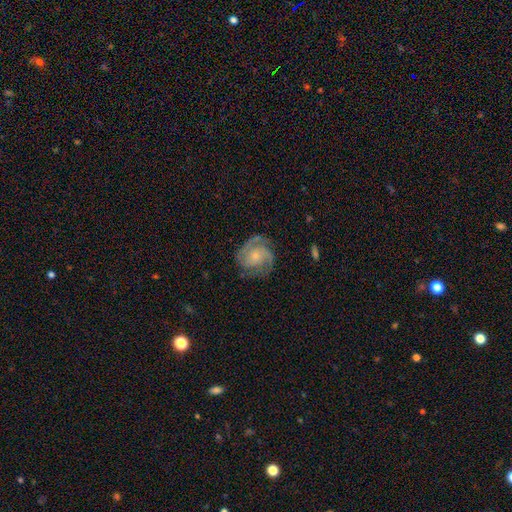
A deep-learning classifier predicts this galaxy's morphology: A featured or disk galaxy (83%) with no bar (70%), 2 (51%) medium (45%) spiral arms (96%) and a small central bulge (65%). Merging: none (74%).